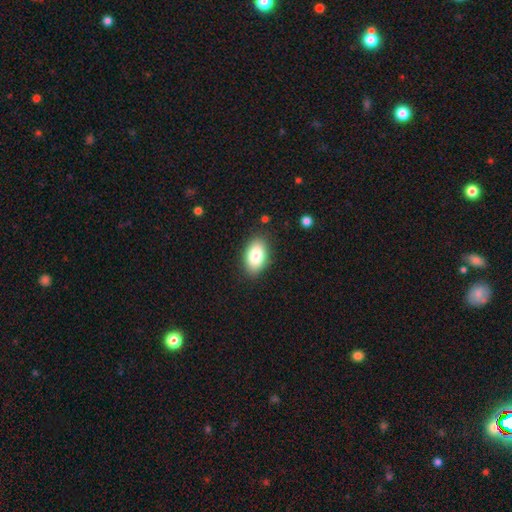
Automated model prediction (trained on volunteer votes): smooth-or-featured: smooth: 82% | featured or disk: 11% | star or artifact: 7%
  how-rounded: in between: 92% | round: 6% | cigar-shaped: 2%
  merging: none: 86% | minor disturbance: 10% | major disturbance: 3% | merger: 1%